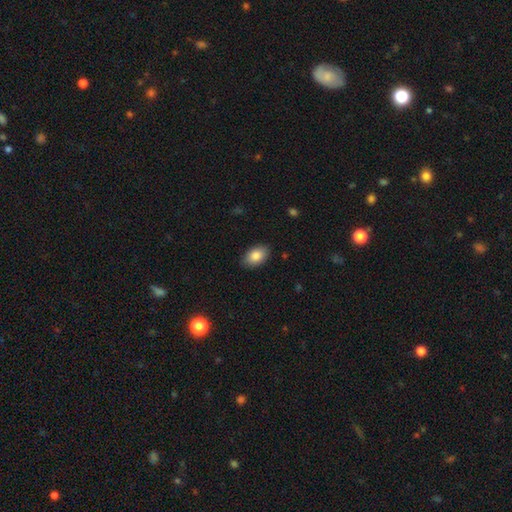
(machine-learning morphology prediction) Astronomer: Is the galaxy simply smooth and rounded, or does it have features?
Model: smooth — 86%.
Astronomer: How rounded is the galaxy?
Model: in between — 91%.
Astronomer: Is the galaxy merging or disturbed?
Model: none — 87%.